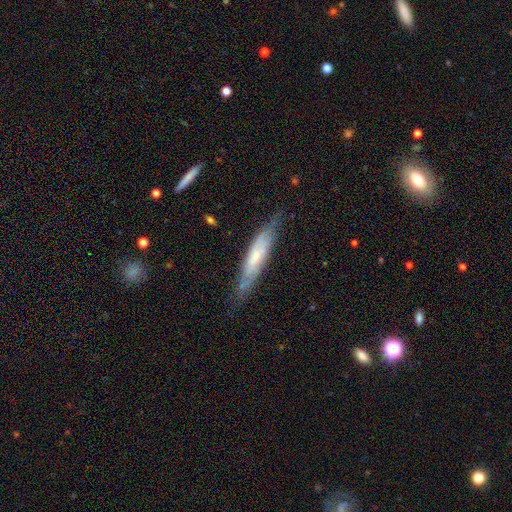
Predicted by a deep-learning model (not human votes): Smooth or featured: featured or disk — 55% (smooth — 38%)
Edge-on disk: yes — 62% (no — 38%)
Merging: none — 73% (minor disturbance — 21%)